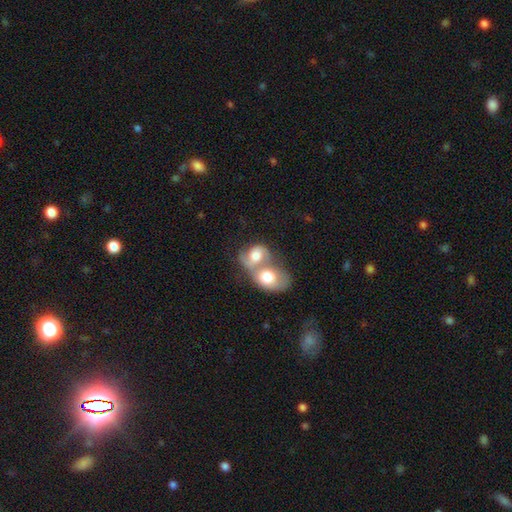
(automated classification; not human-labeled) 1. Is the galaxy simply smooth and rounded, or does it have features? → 53% smooth, 40% featured or disk, 6% star or artifact.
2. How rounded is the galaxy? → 61% in between, 37% round, 1% cigar-shaped.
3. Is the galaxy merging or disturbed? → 80% merger, 9% none, 6% major disturbance, 5% minor disturbance.